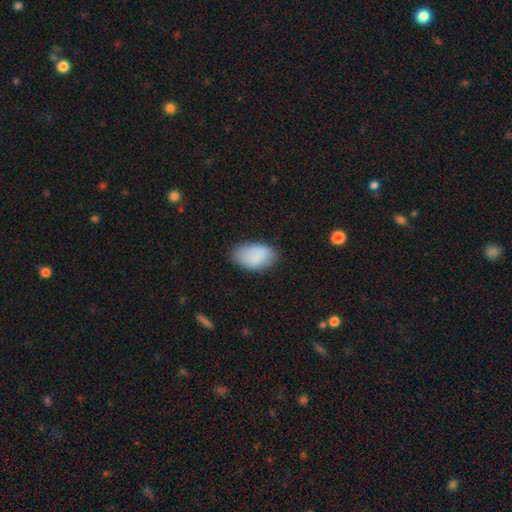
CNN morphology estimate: smooth_or_featured: smooth (p=0.87) [alt: star or artifact p=0.07]
how_rounded: in between (p=0.94) [alt: round p=0.05]
merging: none (p=0.78) [alt: minor disturbance p=0.17]